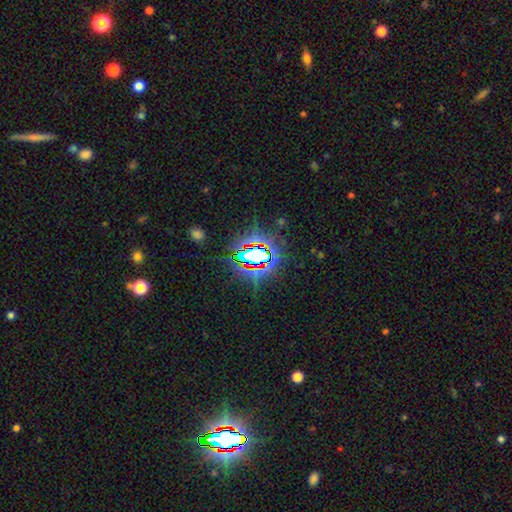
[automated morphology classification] This is likely a star or artifact rather than a galaxy (76%).